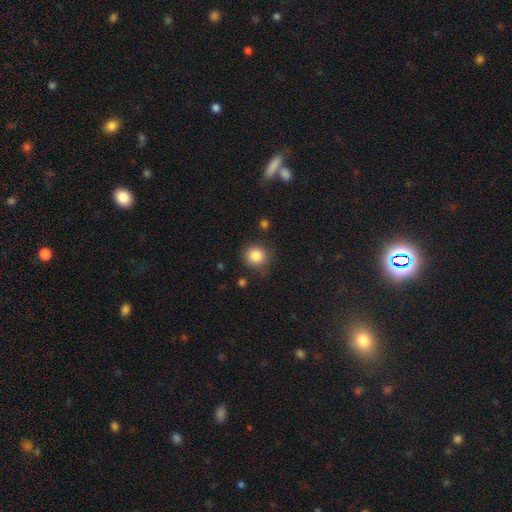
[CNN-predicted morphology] A smooth galaxy with no disk features (85%) that is round (91%).

Vote fractions:
- Smooth or featured? smooth: 85% / star or artifact: 10% / featured or disk: 5%
- How rounded? round: 91% / in between: 8% / cigar-shaped: 1%
- Merging? none: 76% / minor disturbance: 17% / major disturbance: 4% / merger: 3%